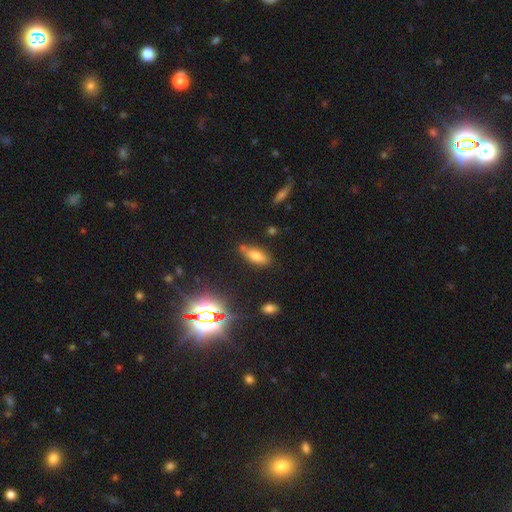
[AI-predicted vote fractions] This appears to be a smooth galaxy with no disk features (69%) that is in between round and cigar-shaped (76%). Merging: none (72%).